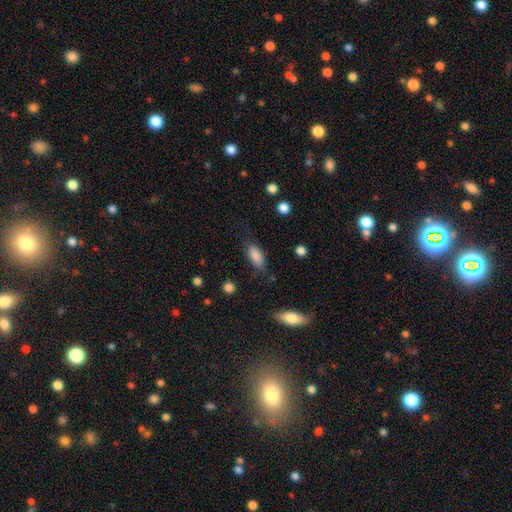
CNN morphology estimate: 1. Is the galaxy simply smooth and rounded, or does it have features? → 85% smooth, 7% featured or disk, 7% star or artifact.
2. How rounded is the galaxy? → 86% in between, 11% cigar-shaped, 3% round.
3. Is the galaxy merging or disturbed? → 70% none, 21% minor disturbance, 7% major disturbance, 2% merger.